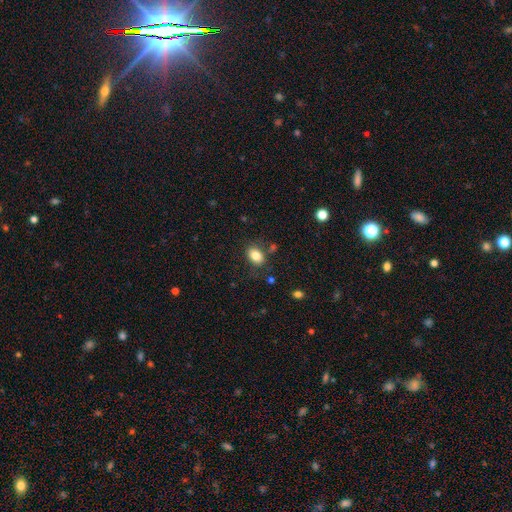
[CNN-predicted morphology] Smooth or featured? Predicted: smooth (p=0.82). How rounded? Predicted: in between (p=0.73). Merging? Predicted: none (p=0.77).